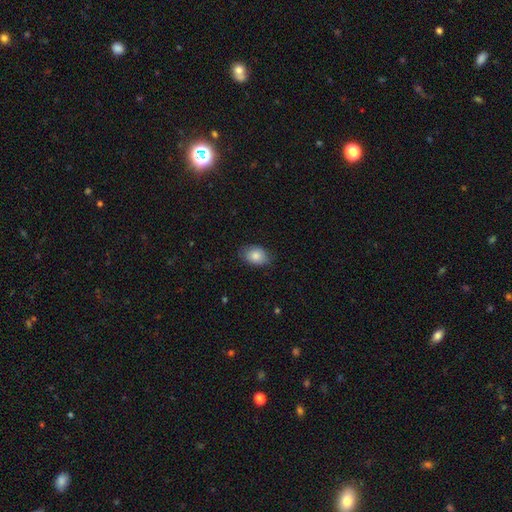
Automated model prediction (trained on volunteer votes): Q: Smooth or featured?
A: smooth (83%); runner-up: featured or disk (9%)
Q: How rounded?
A: in between (78%); runner-up: round (21%)
Q: Merging?
A: none (79%); runner-up: minor disturbance (17%)